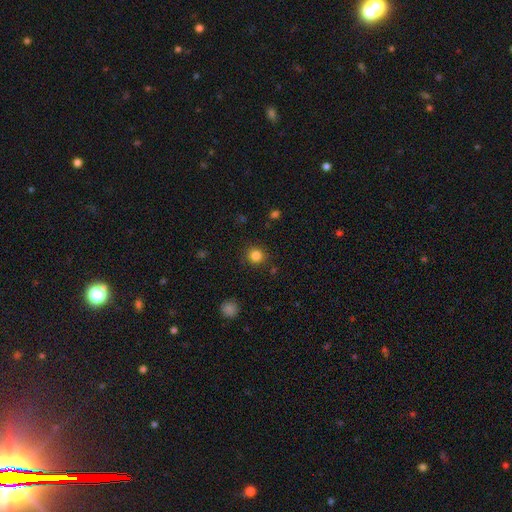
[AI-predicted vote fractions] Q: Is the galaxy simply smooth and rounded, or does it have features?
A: smooth — 84%.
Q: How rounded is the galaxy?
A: round — 91%.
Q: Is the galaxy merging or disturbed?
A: none — 89%.